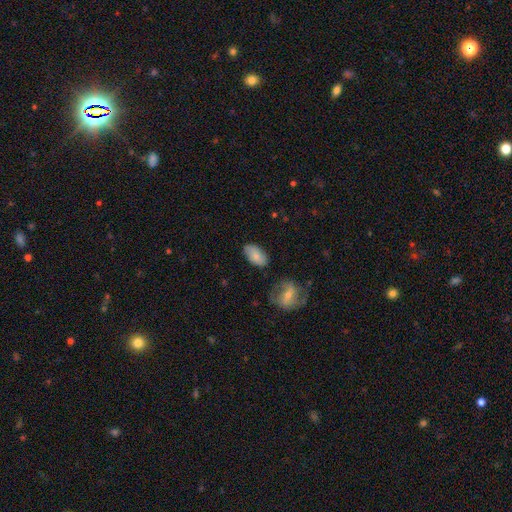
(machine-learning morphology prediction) smooth 75%, featured or disk 18%, star or artifact 8%. Down the decision tree: how rounded — in between (93%); merging — none (74%).